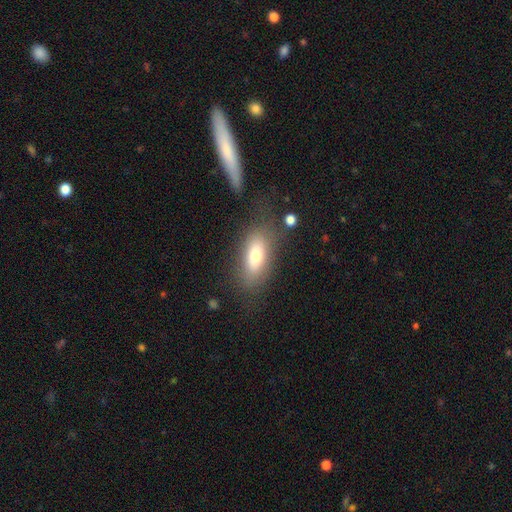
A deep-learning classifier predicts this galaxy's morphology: Smooth or featured?
  - smooth: 72% *
  - featured or disk: 19%
  - star or artifact: 9%
How rounded?
  - in between: 80% *
  - cigar-shaped: 16%
  - round: 4%
Merging?
  - none: 69% *
  - minor disturbance: 16%
  - major disturbance: 10%
  - merger: 4%